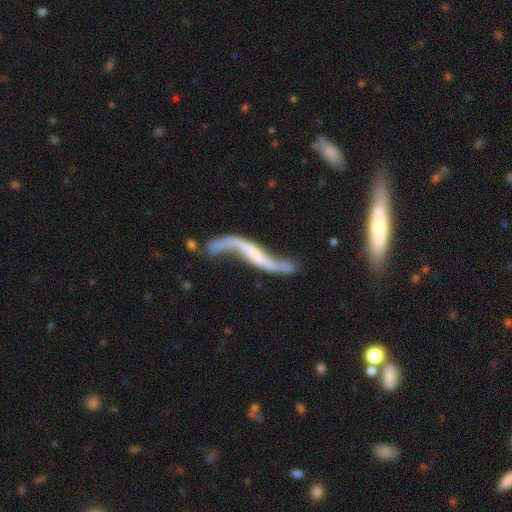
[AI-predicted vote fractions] smooth-or-featured: featured or disk: 86% | smooth: 9% | star or artifact: 6%
  disk-edge-on: no: 80% | yes: 20%
    bar: no: 39% | weak: 33% | strong: 29%
    has-spiral-arms: yes: 90% | no: 10%
      spiral-winding: loose: 94% | medium: 4% | tight: 2%
      spiral-arm-count: 2: 91% | 1: 4% | can't tell: 2% | 3: 1% | 4: 1% | more than 4: 1%
    bulge-size: none: 50% | small: 34% | moderate: 11% | large: 3% | dominant: 2%
  merging: none: 49% | minor disturbance: 20% | major disturbance: 18% | merger: 13%